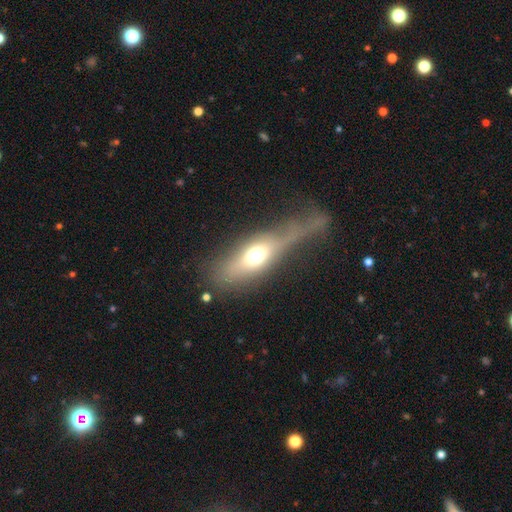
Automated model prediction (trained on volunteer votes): Smooth or featured? smooth (53%)
How rounded? in between (64%)
Merging? none (42%)